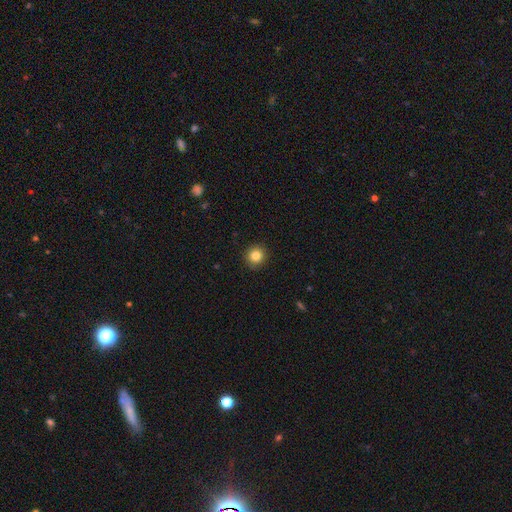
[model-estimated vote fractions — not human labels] Overall: smooth (84%). How rounded: round (93%). Merging: none (91%).